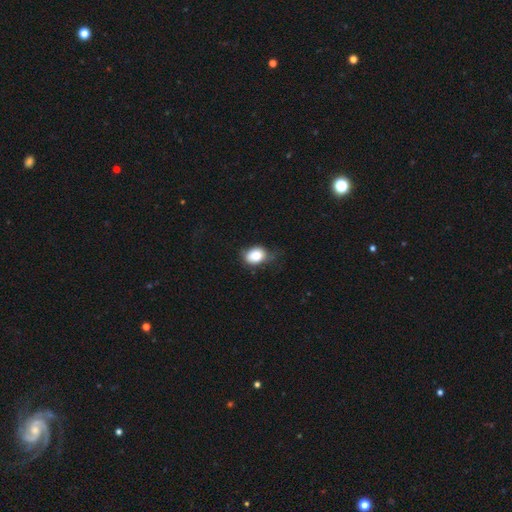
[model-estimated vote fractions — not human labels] Smooth or featured: smooth — 83% (featured or disk — 9%)
How rounded: in between — 66% (round — 32%)
Merging: none — 52% (minor disturbance — 35%)